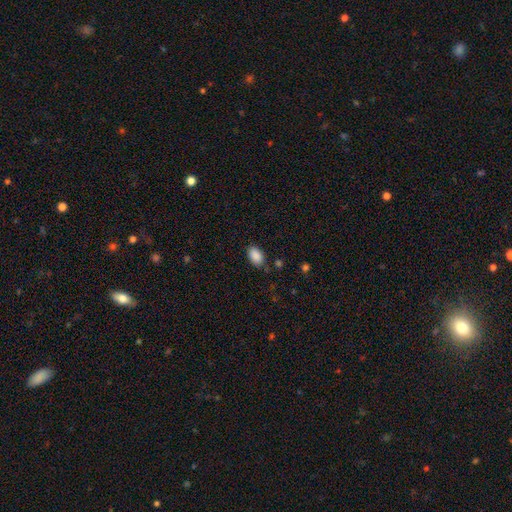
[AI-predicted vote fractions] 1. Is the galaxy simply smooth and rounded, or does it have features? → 89% smooth, 7% star or artifact, 3% featured or disk.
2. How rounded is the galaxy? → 92% in between, 7% round, 1% cigar-shaped.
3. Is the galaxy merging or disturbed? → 81% none, 14% minor disturbance, 3% major disturbance, 2% merger.